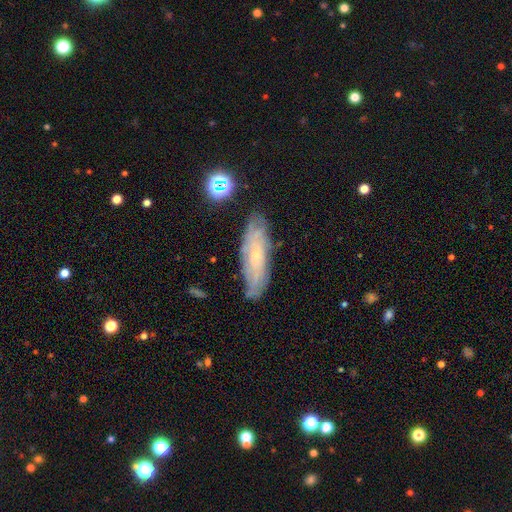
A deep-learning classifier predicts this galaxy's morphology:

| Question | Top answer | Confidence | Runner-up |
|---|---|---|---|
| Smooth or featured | featured or disk | 58% | smooth (33%) |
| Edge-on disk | no | 74% | yes (26%) |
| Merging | none | 79% | minor disturbance (16%) |